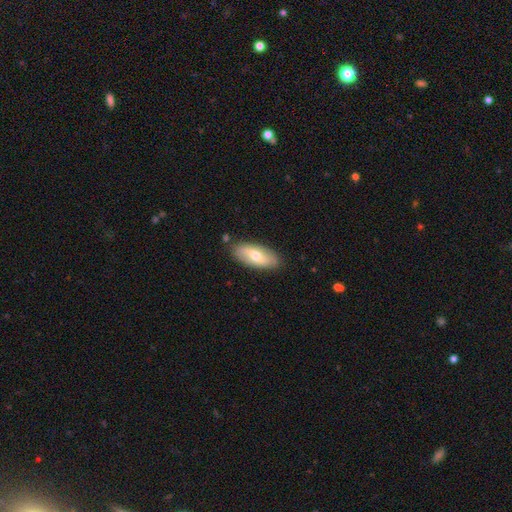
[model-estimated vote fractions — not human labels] A smooth galaxy with no disk features (59%) that is in between round and cigar-shaped (86%). Merging: none (85%).